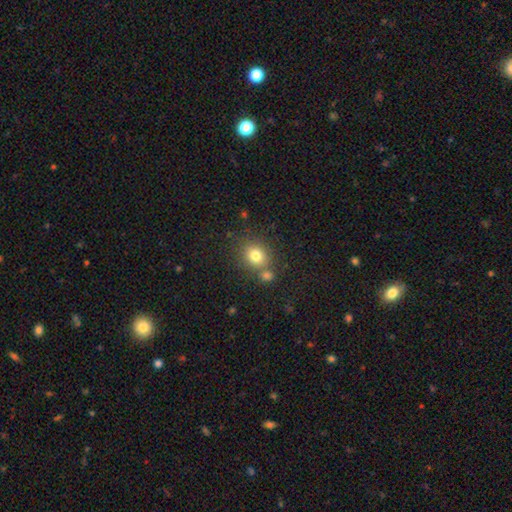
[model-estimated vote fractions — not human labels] Morphology: type=smooth (78%); roundness=round (73%); merging=none (66%).